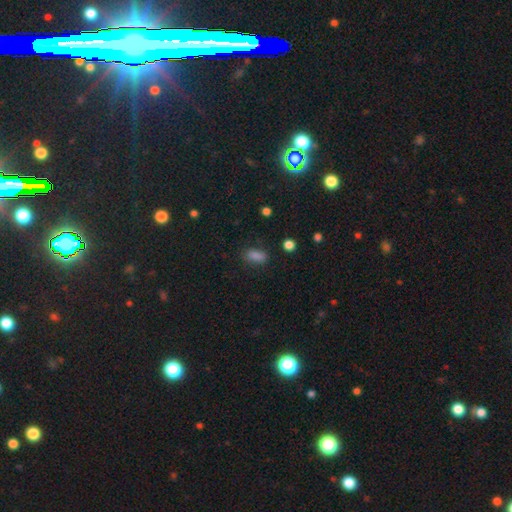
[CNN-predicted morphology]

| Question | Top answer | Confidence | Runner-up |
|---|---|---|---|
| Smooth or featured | smooth | 78% | star or artifact (17%) |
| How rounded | in between | 80% | cigar-shaped (14%) |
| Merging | none | 78% | minor disturbance (15%) |